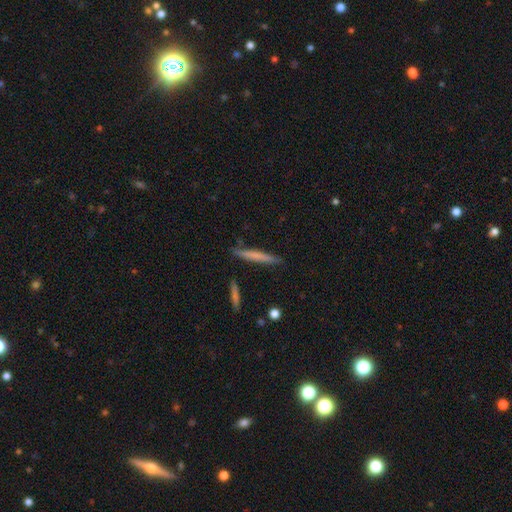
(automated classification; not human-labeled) Smooth or featured? smooth (63%)
How rounded? cigar-shaped (96%)
Merging? none (86%)